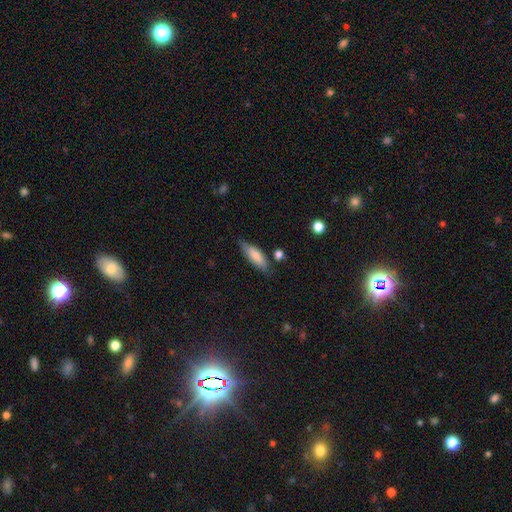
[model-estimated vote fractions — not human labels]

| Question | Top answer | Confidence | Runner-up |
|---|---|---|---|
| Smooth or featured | smooth | 76% | featured or disk (18%) |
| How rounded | in between | 56% | cigar-shaped (42%) |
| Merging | none | 70% | minor disturbance (22%) |